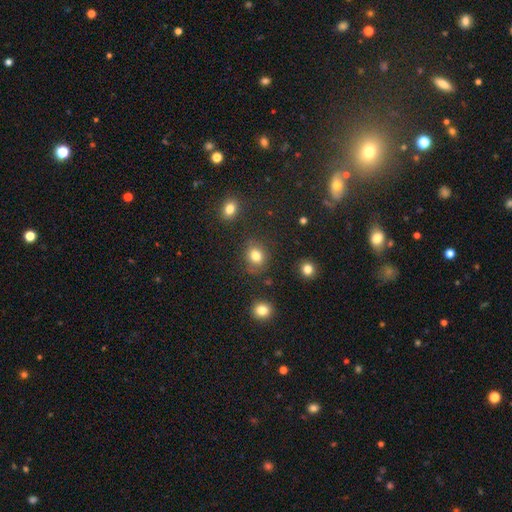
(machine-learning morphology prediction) smooth-or-featured: smooth: 81% | star or artifact: 12% | featured or disk: 7%
  how-rounded: round: 66% | in between: 33% | cigar-shaped: 1%
  merging: none: 79% | minor disturbance: 14% | major disturbance: 4% | merger: 3%